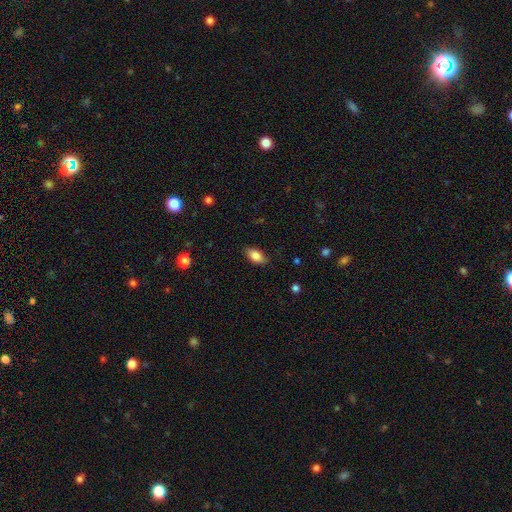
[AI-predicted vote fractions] Overall: smooth (83%). How rounded: in between (91%). Merging: none (84%).